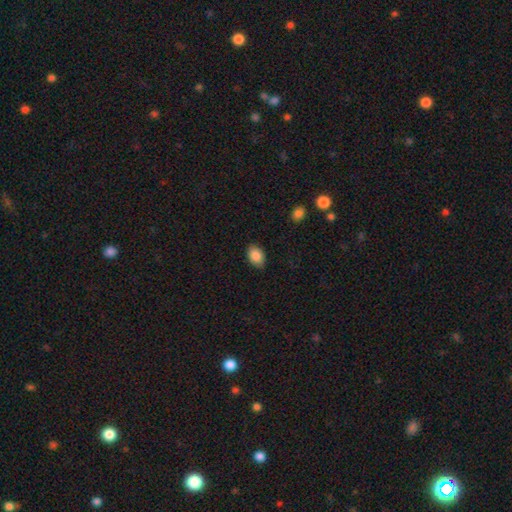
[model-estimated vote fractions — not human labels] Smooth or featured: smooth — 88% (star or artifact — 7%)
How rounded: in between — 86% (round — 12%)
Merging: none — 86% (minor disturbance — 11%)